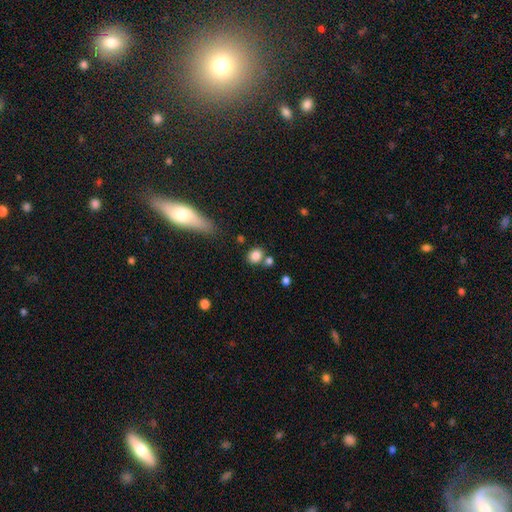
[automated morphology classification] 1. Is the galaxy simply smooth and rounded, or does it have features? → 83% smooth, 10% star or artifact, 6% featured or disk.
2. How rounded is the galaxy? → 63% round, 36% in between, 2% cigar-shaped.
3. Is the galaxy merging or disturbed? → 67% none, 16% merger, 12% minor disturbance, 5% major disturbance.